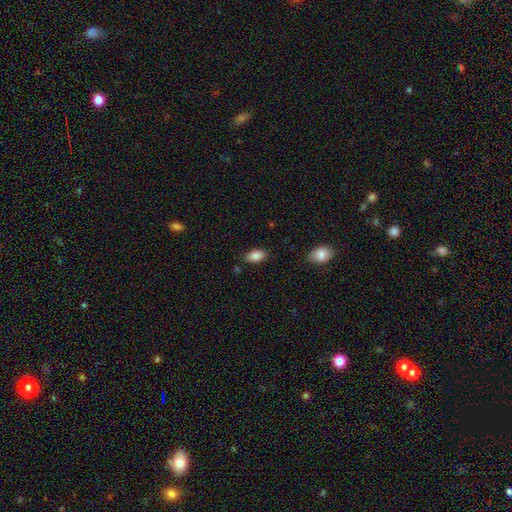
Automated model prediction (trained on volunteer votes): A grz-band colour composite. It shows a smooth galaxy with no disk features (86%) that is in between round and cigar-shaped (92%). Merging: none (83%).